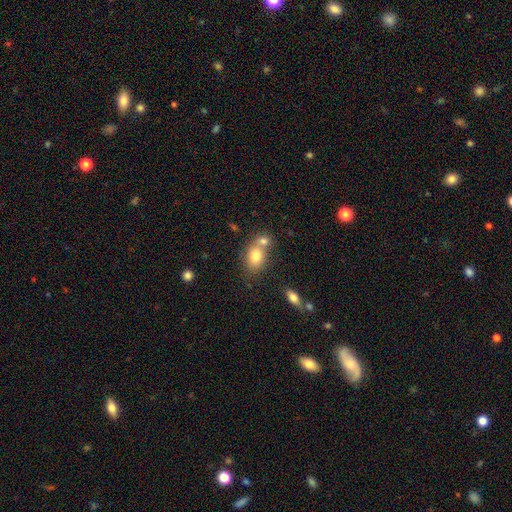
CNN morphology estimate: Smooth or featured: smooth — 78% (featured or disk — 13%)
How rounded: in between — 68% (round — 31%)
Merging: merger — 45% (none — 41%)